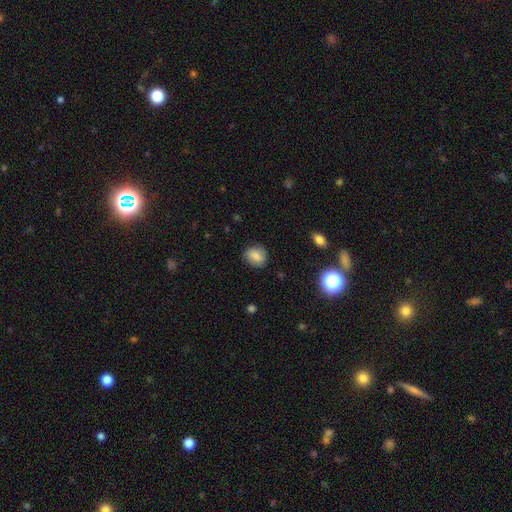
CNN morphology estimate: Smooth or featured?
  - smooth: 80% *
  - featured or disk: 11%
  - star or artifact: 9%
How rounded?
  - round: 65% *
  - in between: 34%
  - cigar-shaped: 1%
Merging?
  - none: 80% *
  - minor disturbance: 15%
  - major disturbance: 4%
  - merger: 1%